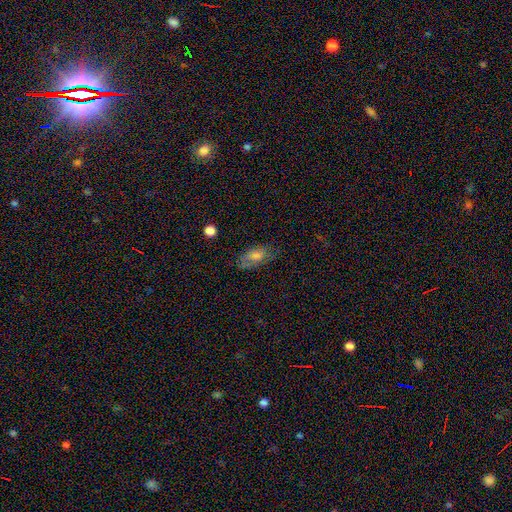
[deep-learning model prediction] Morphology: type=smooth (59%); roundness=in between (86%); merging=none (68%).